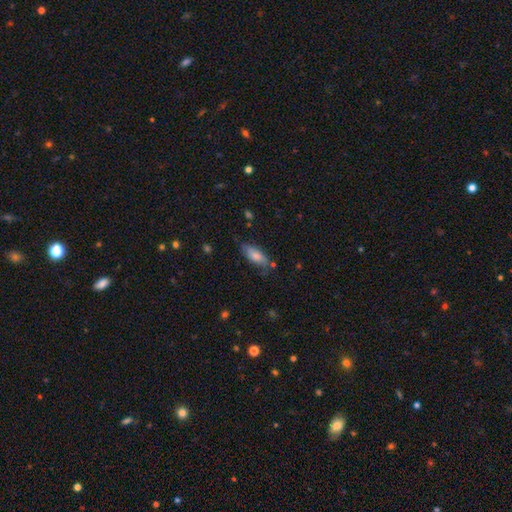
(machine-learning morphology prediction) Q: Smooth or featured?
A: smooth (78%); runner-up: featured or disk (15%)
Q: How rounded?
A: in between (75%); runner-up: cigar-shaped (24%)
Q: Merging?
A: none (68%); runner-up: minor disturbance (23%)